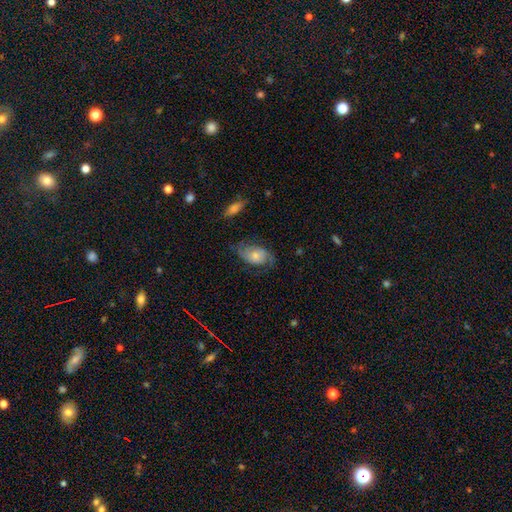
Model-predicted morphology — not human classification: Smooth or featured: featured or disk — 62% (smooth — 31%)
Edge-on disk: no — 95% (yes — 5%)
Bar: no — 74% (weak — 22%)
Spiral arms: yes — 87% (no — 13%)
Spiral winding: medium — 42% (loose — 31%)
Spiral arm count: 2 — 81% (can't tell — 11%)
Bulge size: small — 44% (moderate — 42%)
Merging: none — 62% (minor disturbance — 23%)